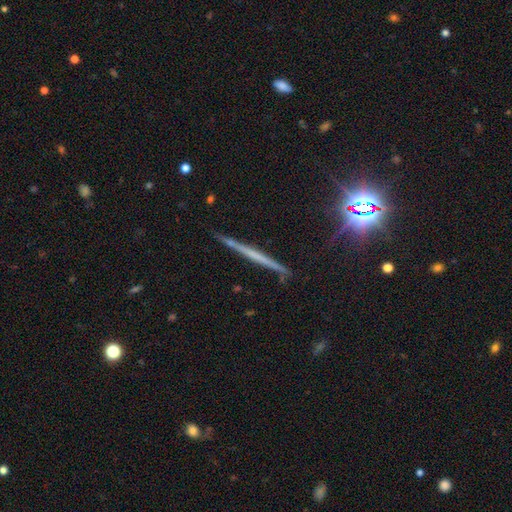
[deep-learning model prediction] featured or disk 56%, smooth 29%, star or artifact 15%. Down the decision tree: edge-on disk — yes (97%); edge-on bulge — none (84%); merging — none (88%).